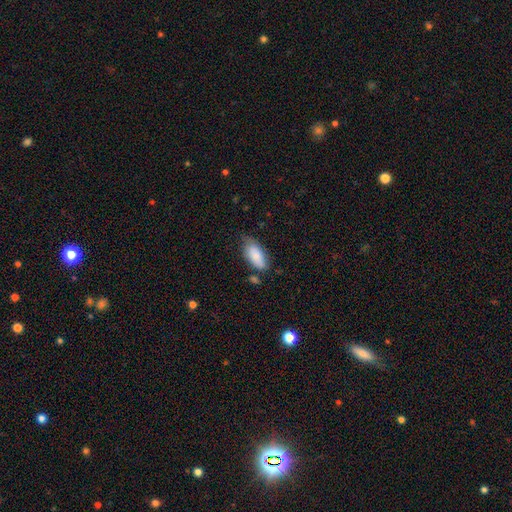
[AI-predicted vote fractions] Smooth or featured?
  - smooth: 85% *
  - featured or disk: 9%
  - star or artifact: 6%
How rounded?
  - in between: 91% *
  - cigar-shaped: 7%
  - round: 2%
Merging?
  - none: 57% *
  - minor disturbance: 31%
  - major disturbance: 7%
  - merger: 5%